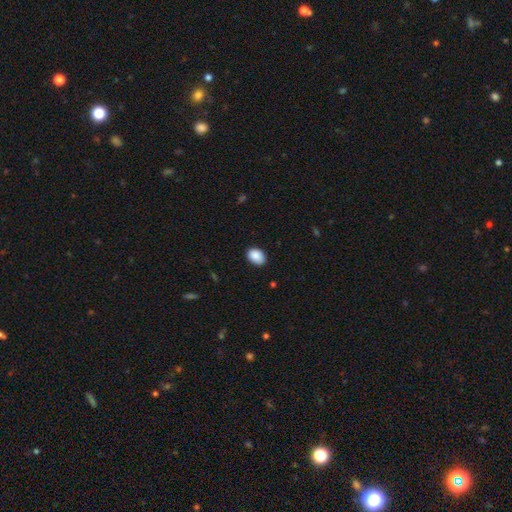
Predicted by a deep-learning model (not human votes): Overall: smooth (90%). How rounded: in between (79%). Merging: none (87%).